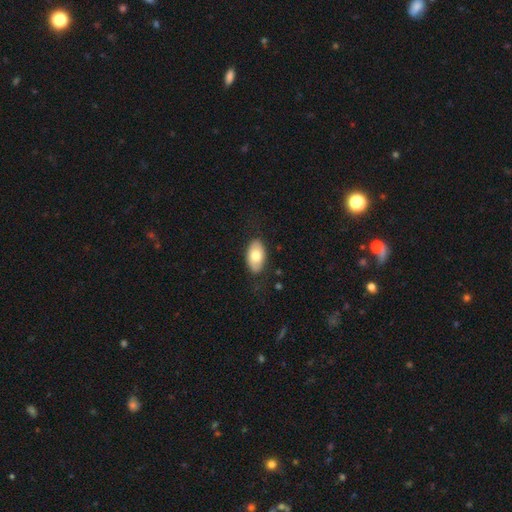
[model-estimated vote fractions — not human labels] Overall: smooth (72%). How rounded: in between (94%). Merging: none (81%).